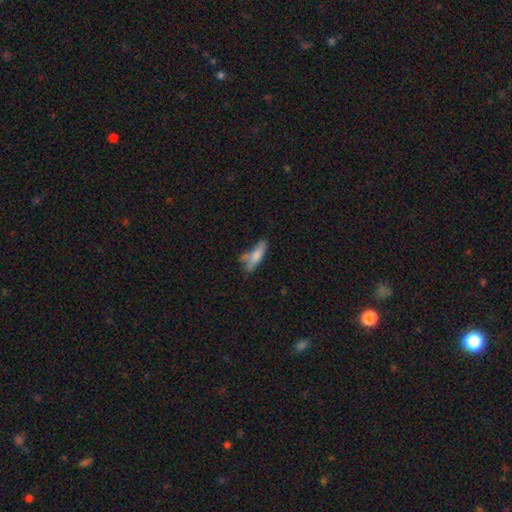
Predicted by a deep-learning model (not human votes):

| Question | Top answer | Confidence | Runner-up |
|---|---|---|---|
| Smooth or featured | smooth | 73% | featured or disk (20%) |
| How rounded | cigar-shaped | 55% | in between (43%) |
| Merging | none | 44% | minor disturbance (28%) |